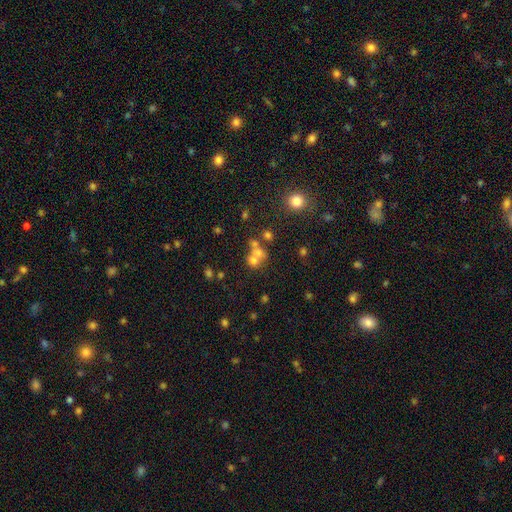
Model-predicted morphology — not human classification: The model was most divided on "merging": merger: 51%, none: 35%, minor disturbance: 8%, major disturbance: 6%. More confident: how rounded — round (74%); smooth or featured — smooth (61%).